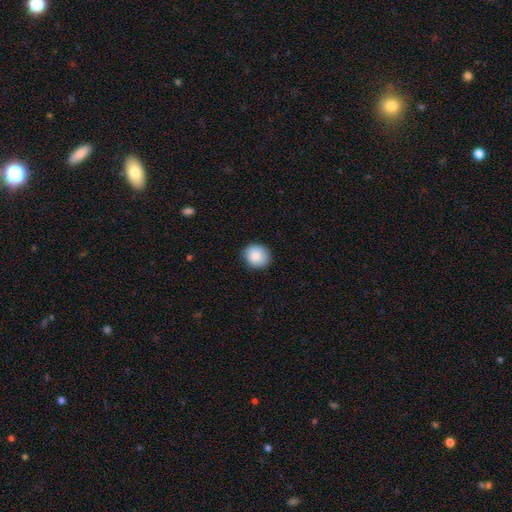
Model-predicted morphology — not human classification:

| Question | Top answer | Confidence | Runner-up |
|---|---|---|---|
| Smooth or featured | smooth | 86% | star or artifact (7%) |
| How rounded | round | 80% | in between (19%) |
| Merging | none | 85% | minor disturbance (12%) |